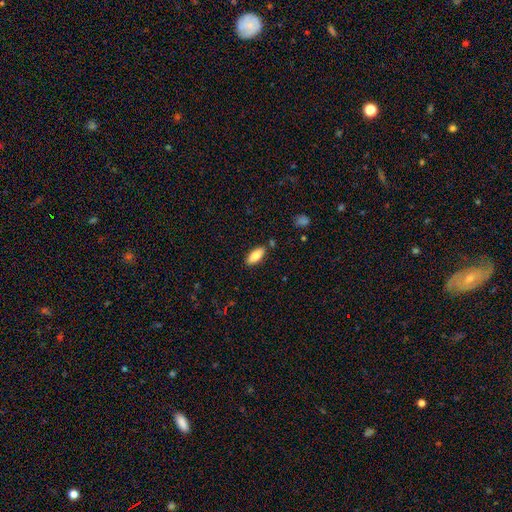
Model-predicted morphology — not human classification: smooth-or-featured: smooth: 80% | featured or disk: 13% | star or artifact: 7%
  how-rounded: in between: 86% | cigar-shaped: 12% | round: 2%
  merging: none: 84% | minor disturbance: 11% | merger: 3% | major disturbance: 2%